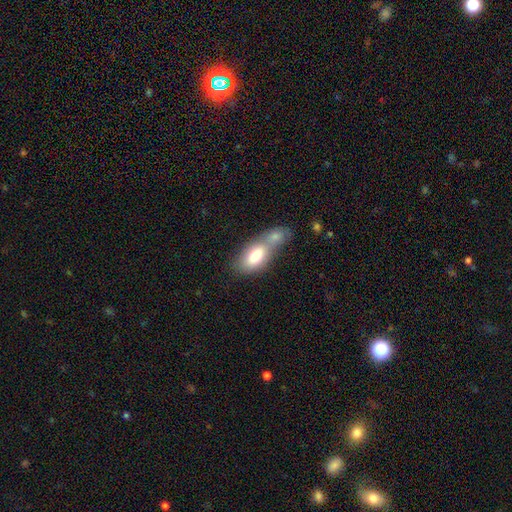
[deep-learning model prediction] Smooth or featured?
  - smooth: 76% *
  - featured or disk: 18%
  - star or artifact: 6%
How rounded?
  - in between: 88% *
  - cigar-shaped: 6%
  - round: 6%
Merging?
  - merger: 61% *
  - none: 24%
  - minor disturbance: 10%
  - major disturbance: 5%